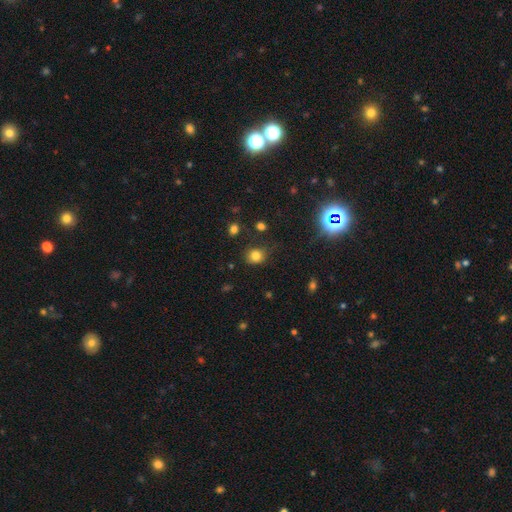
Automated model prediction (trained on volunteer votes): A smooth galaxy with no disk features (79%) that is round (76%).

Vote fractions:
- Smooth or featured? smooth: 79% / star or artifact: 15% / featured or disk: 6%
- How rounded? round: 76% / in between: 23% / cigar-shaped: 1%
- Merging? none: 76% / minor disturbance: 17% / major disturbance: 5% / merger: 3%